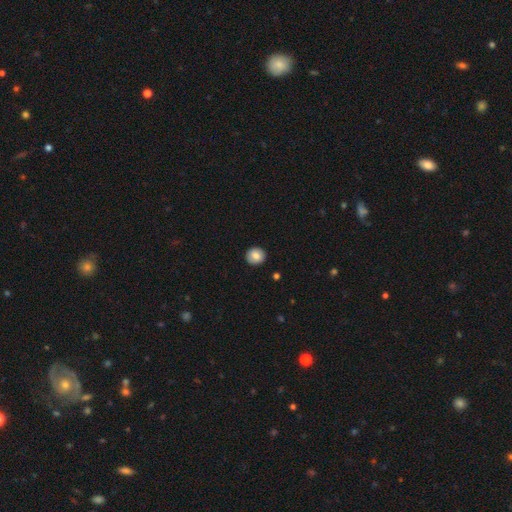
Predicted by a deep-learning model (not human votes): Q: Smooth or featured?
A: smooth (82%); runner-up: featured or disk (10%)
Q: How rounded?
A: round (88%); runner-up: in between (11%)
Q: Merging?
A: none (91%); runner-up: minor disturbance (6%)